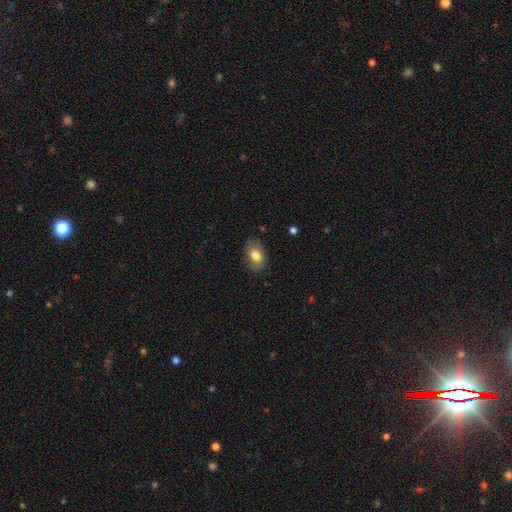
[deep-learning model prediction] A smooth galaxy with no disk features (80%) that is in between round and cigar-shaped (88%). Merging: none (81%).